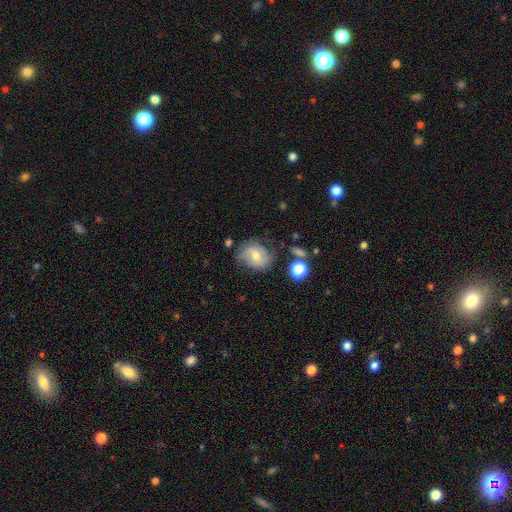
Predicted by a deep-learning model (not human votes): Morphology: type=featured or disk (49%); merging=none (60%).